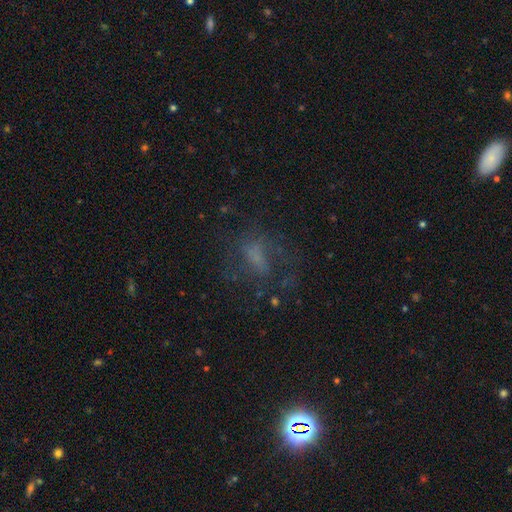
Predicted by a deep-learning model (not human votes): A featured or disk galaxy (43%). Merging: none (51%).